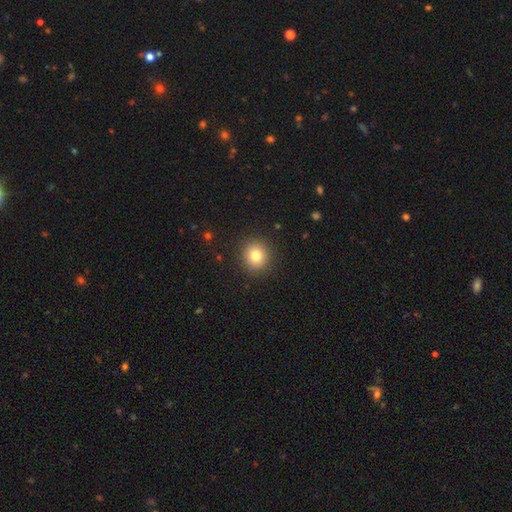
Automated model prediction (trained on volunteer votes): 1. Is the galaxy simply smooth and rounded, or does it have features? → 80% smooth, 11% star or artifact, 8% featured or disk.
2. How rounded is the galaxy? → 89% round, 10% in between, 1% cigar-shaped.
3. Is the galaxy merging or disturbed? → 90% none, 6% minor disturbance, 2% major disturbance, 1% merger.